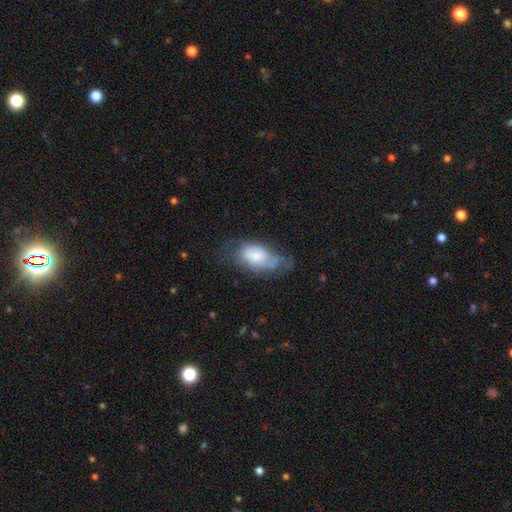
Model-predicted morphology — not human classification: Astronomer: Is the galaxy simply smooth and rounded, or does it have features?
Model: featured or disk — 48% (runner-up: smooth, 44%).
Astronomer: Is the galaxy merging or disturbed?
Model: none — 44% (runner-up: minor disturbance, 30%).